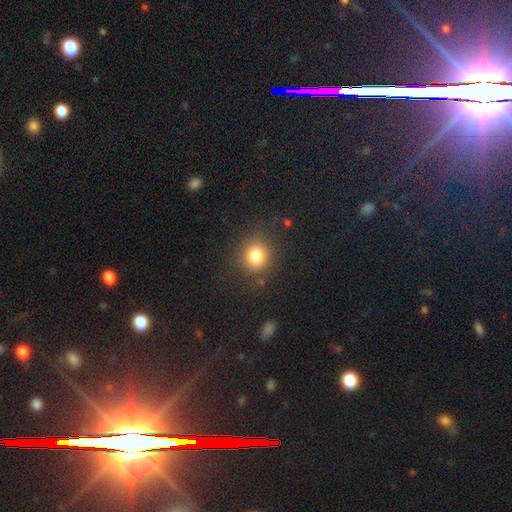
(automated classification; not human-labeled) smooth 81%, star or artifact 13%, featured or disk 7%. Down the decision tree: how rounded — round (85%); merging — none (83%).